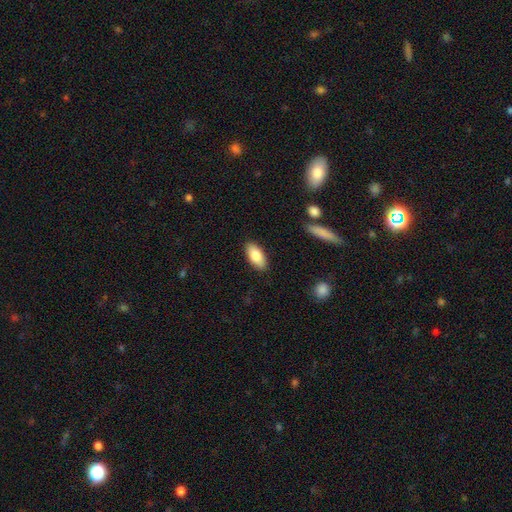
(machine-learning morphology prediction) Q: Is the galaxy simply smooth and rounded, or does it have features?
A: smooth — 82%.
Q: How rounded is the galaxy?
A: in between — 90%.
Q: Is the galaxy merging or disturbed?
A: none — 88%.